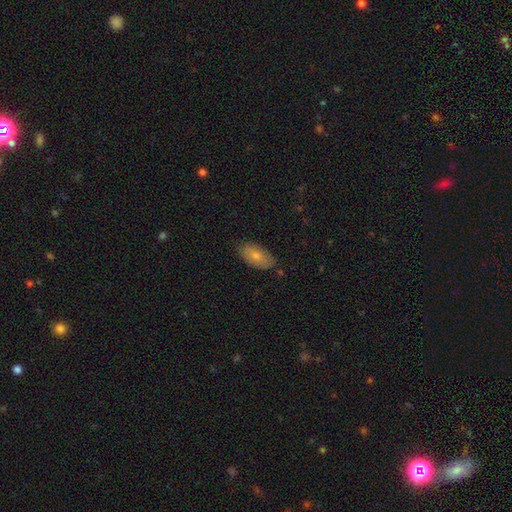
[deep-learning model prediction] smooth 78%, featured or disk 15%, star or artifact 7%. Down the decision tree: how rounded — in between (93%); merging — none (79%).